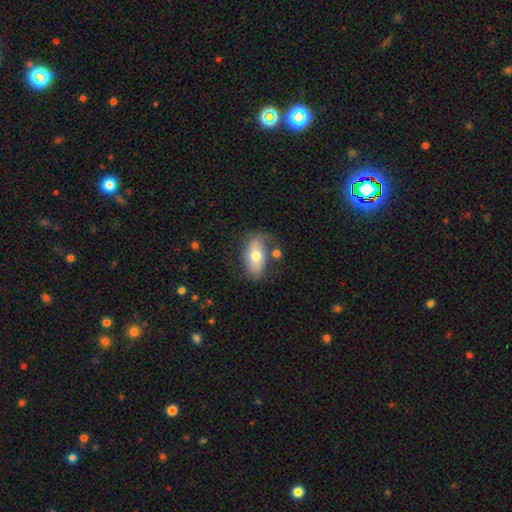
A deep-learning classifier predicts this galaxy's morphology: A smooth galaxy with no disk features (61%) that is in between round and cigar-shaped (90%). Merging: none (58%).